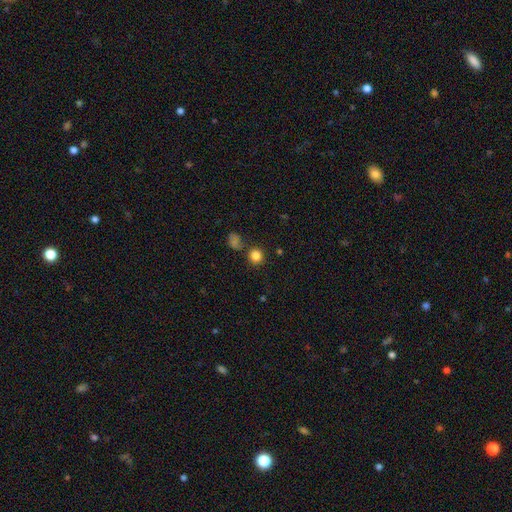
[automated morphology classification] smooth 82%, star or artifact 13%, featured or disk 5%. Down the decision tree: how rounded — round (91%); merging — none (78%).